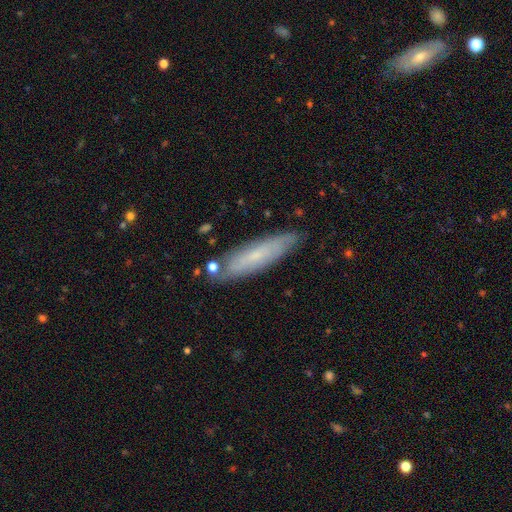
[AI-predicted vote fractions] Q: Smooth or featured?
A: smooth (54%); runner-up: featured or disk (39%)
Q: How rounded?
A: cigar-shaped (74%); runner-up: in between (24%)
Q: Merging?
A: none (81%); runner-up: minor disturbance (14%)